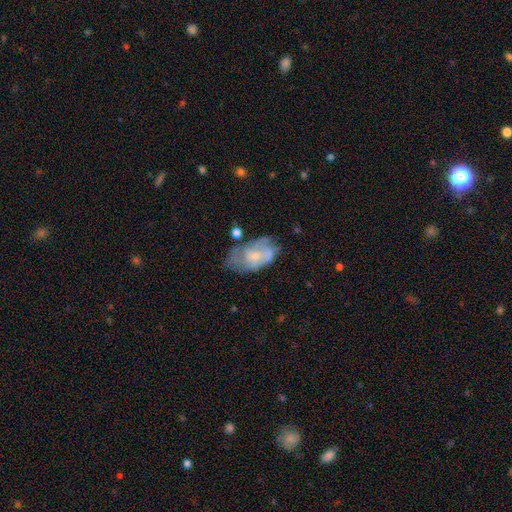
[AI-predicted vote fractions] This is possibly a featured or disk galaxy (59%). It is clearly not viewed edge-on (96%). Bar: likely no (74%). Spiral arm pattern: possibly yes (57%). Central bulge: possibly small (49%). Merging: marginally none (43%).